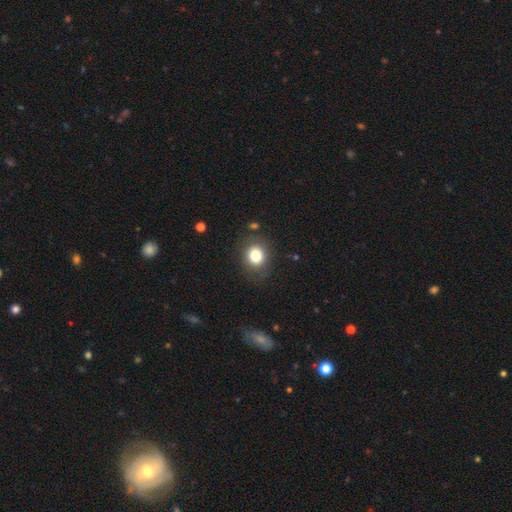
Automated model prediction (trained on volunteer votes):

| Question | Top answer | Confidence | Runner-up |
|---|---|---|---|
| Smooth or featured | smooth | 81% | star or artifact (11%) |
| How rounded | round | 67% | in between (32%) |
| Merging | none | 82% | minor disturbance (11%) |